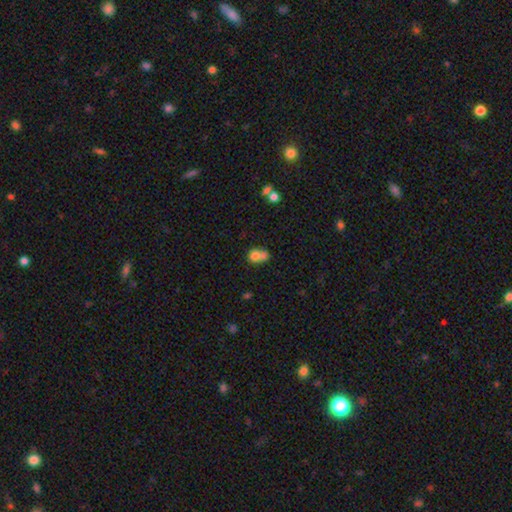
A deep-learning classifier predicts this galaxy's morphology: Overall: smooth (73%). How rounded: round (51%; in between 47%). Merging: merger (53%; none 26%).